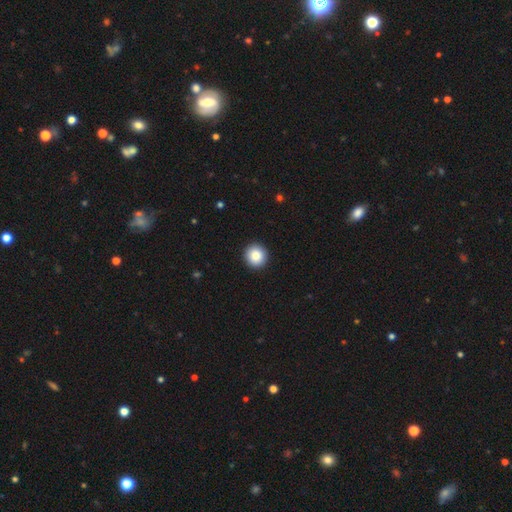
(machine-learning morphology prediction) Smooth or featured? smooth (87%)
How rounded? round (95%)
Merging? none (93%)